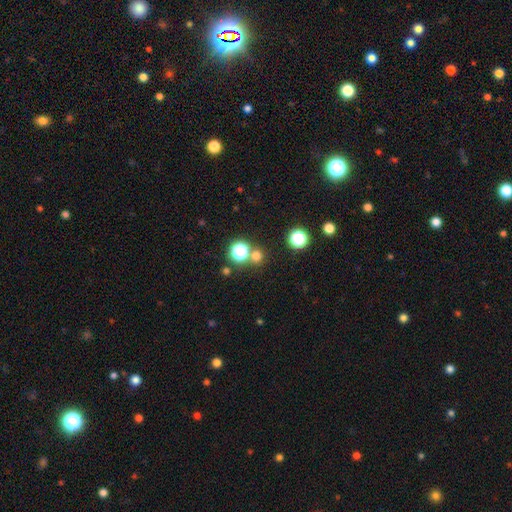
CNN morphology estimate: smooth 64%, star or artifact 30%, featured or disk 6%. Down the decision tree: how rounded — round (91%); merging — none (74%).